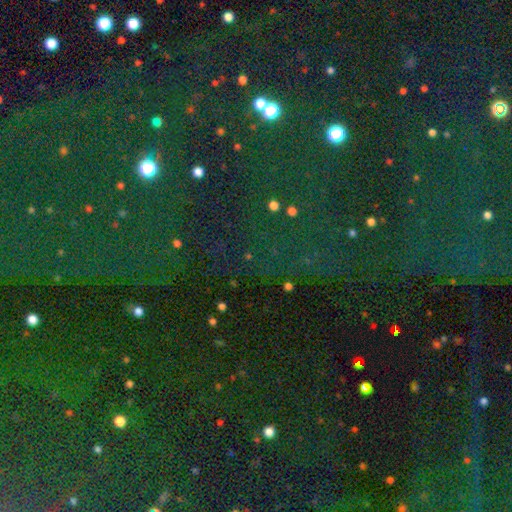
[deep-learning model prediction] A star or artifact, not a galaxy (84%).

Vote fractions:
- Smooth or featured? star or artifact: 84% / smooth: 10% / featured or disk: 7%